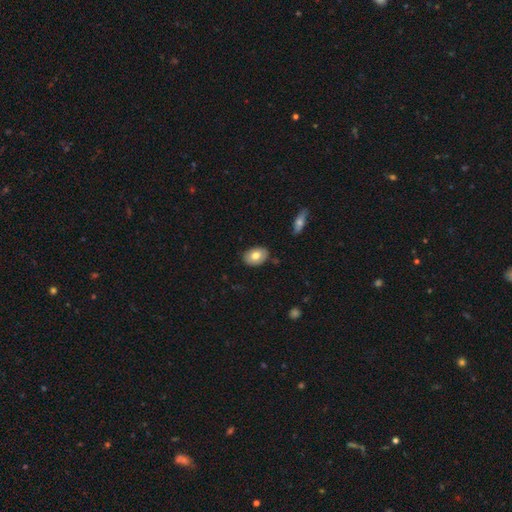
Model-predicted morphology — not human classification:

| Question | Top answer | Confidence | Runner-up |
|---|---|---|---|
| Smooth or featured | smooth | 75% | featured or disk (17%) |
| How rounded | in between | 81% | round (18%) |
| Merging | none | 85% | minor disturbance (11%) |